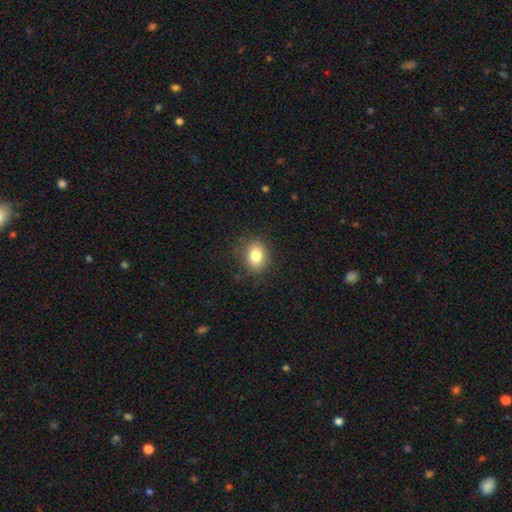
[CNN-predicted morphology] smooth_or_featured: smooth (p=0.81) [alt: star or artifact p=0.11]
how_rounded: in between (p=0.53) [alt: round p=0.46]
merging: none (p=0.85) [alt: minor disturbance p=0.10]